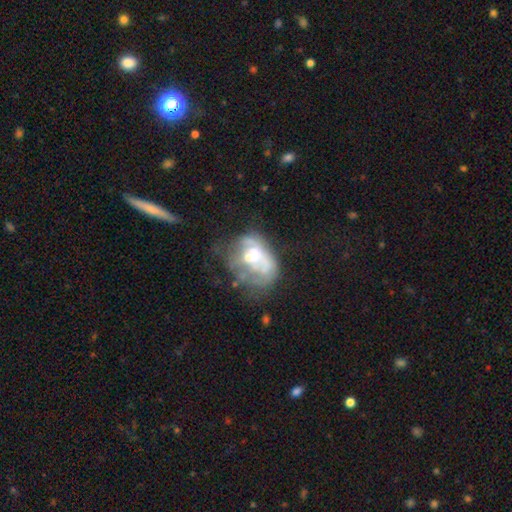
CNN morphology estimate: This is likely a featured or disk galaxy (63%). It is clearly not viewed edge-on (98%). Bar: clearly no (88%). Spiral arm pattern: clearly no (81%). Central bulge: possibly moderate (50%). Merging: marginally merger (30%, tied with major disturbance).